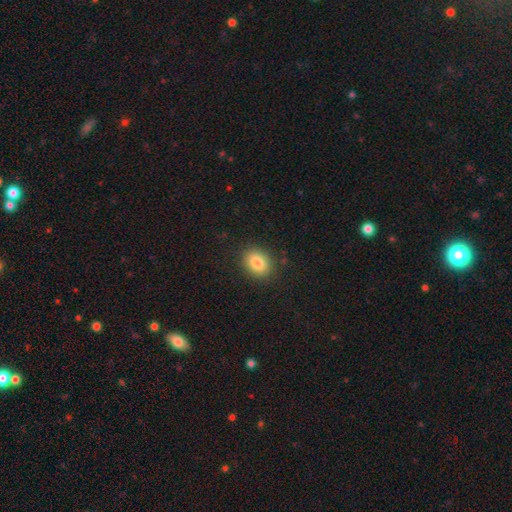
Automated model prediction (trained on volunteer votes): Smooth or featured: smooth — 83% (star or artifact — 11%)
How rounded: in between — 54% (round — 45%)
Merging: none — 89% (minor disturbance — 7%)